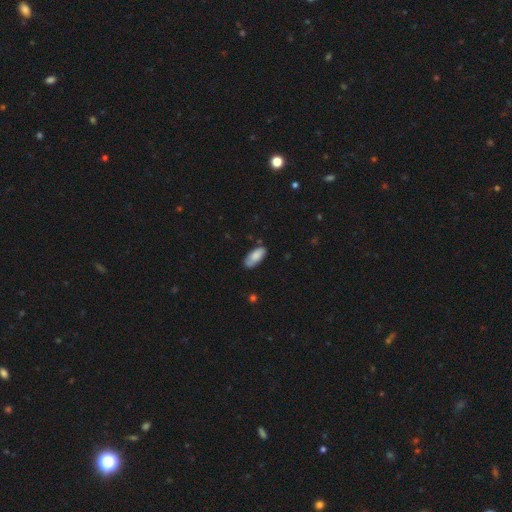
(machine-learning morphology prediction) smooth-or-featured: smooth: 82% | featured or disk: 12% | star or artifact: 6%
  how-rounded: in between: 87% | cigar-shaped: 11% | round: 2%
  merging: none: 73% | minor disturbance: 21% | major disturbance: 4% | merger: 2%